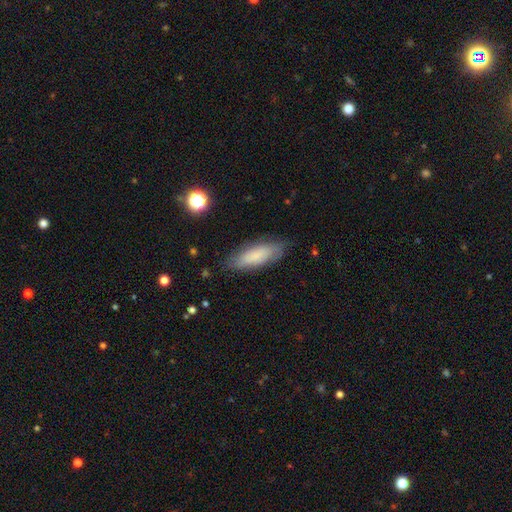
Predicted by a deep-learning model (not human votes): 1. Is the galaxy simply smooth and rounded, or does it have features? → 76% smooth, 17% featured or disk, 7% star or artifact.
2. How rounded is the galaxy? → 57% in between, 41% cigar-shaped, 2% round.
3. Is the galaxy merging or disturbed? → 80% none, 15% minor disturbance, 4% major disturbance, 1% merger.